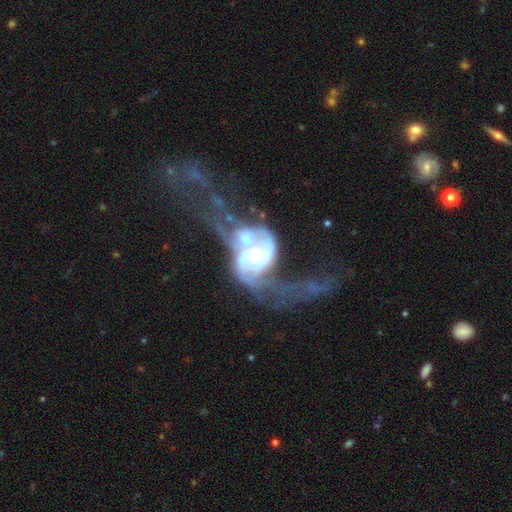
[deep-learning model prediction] smooth-or-featured: featured or disk: 83% | smooth: 10% | star or artifact: 7%
  disk-edge-on: no: 97% | yes: 3%
    bar: no: 63% | weak: 27% | strong: 10%
    has-spiral-arms: yes: 85% | no: 15%
      spiral-winding: loose: 50% | medium: 33% | tight: 17%
      spiral-arm-count: 2: 70% | can't tell: 16% | 1: 6% | 3: 4% | 4: 2% | more than 4: 2%
    bulge-size: moderate: 40% | small: 29% | none: 14% | large: 13% | dominant: 3%
  merging: merger: 66% | major disturbance: 22% | none: 7% | minor disturbance: 5%